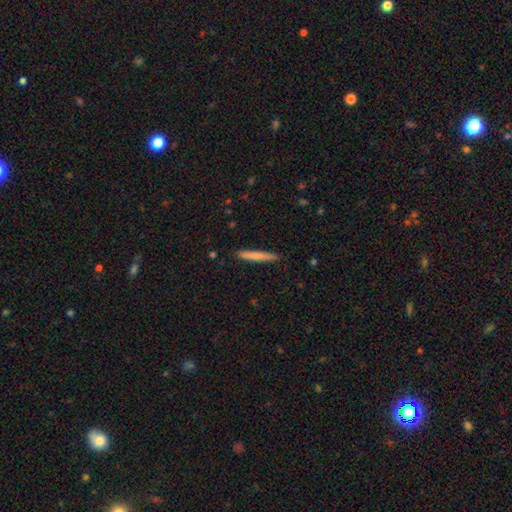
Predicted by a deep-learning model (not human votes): smooth-or-featured: smooth: 74% | featured or disk: 21% | star or artifact: 6%
  how-rounded: cigar-shaped: 96% | in between: 3% | round: 1%
  merging: none: 90% | minor disturbance: 7% | major disturbance: 1% | merger: 1%